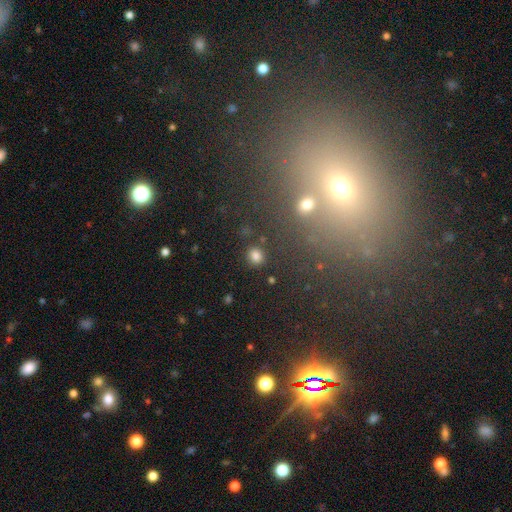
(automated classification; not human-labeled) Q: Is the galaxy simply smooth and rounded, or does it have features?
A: smooth — 81%.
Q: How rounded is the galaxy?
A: round — 78%.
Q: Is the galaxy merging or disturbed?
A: none — 87%.